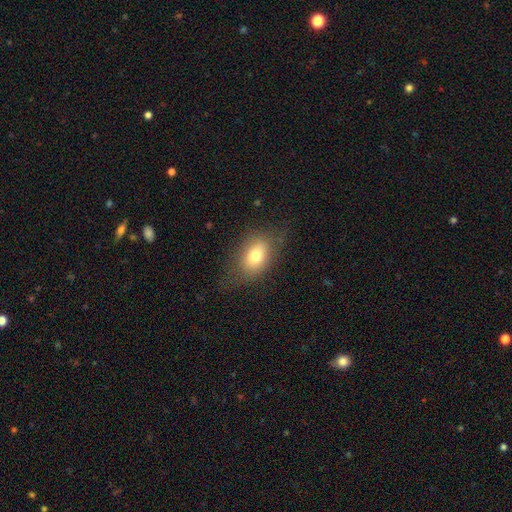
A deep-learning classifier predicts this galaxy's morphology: Smooth or featured?
  - smooth: 74% *
  - featured or disk: 16%
  - star or artifact: 10%
How rounded?
  - in between: 80% *
  - round: 18%
  - cigar-shaped: 2%
Merging?
  - none: 70% *
  - minor disturbance: 20%
  - major disturbance: 9%
  - merger: 1%